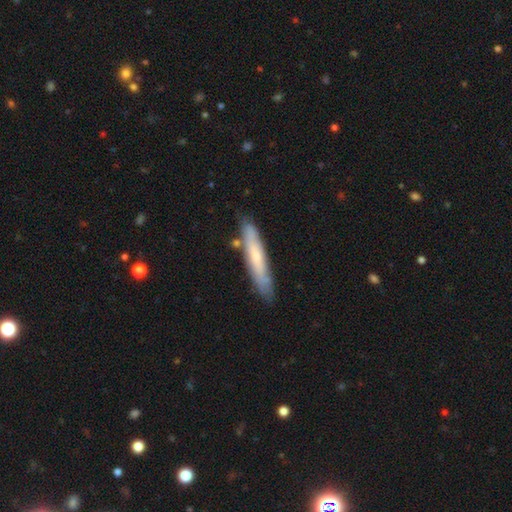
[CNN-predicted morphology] smooth 52%, featured or disk 42%, star or artifact 6%. Down the decision tree: how rounded — cigar-shaped (90%); merging — none (78%).